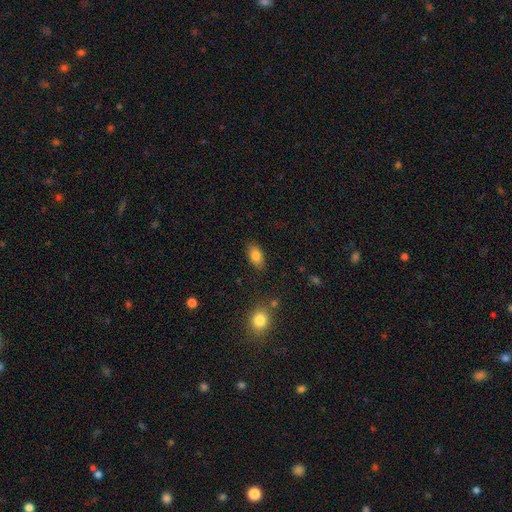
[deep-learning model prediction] smooth 82%, featured or disk 9%, star or artifact 9%. Down the decision tree: how rounded — in between (90%); merging — none (85%).